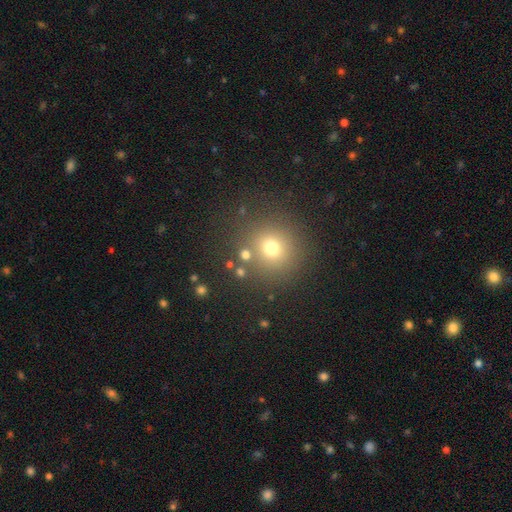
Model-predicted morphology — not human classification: A smooth galaxy with no disk features (56%) that is round (93%).

Vote fractions:
- Smooth or featured? smooth: 56% / star or artifact: 36% / featured or disk: 8%
- How rounded? round: 93% / in between: 6% / cigar-shaped: 1%
- Merging? none: 83% / merger: 7% / minor disturbance: 7% / major disturbance: 3%